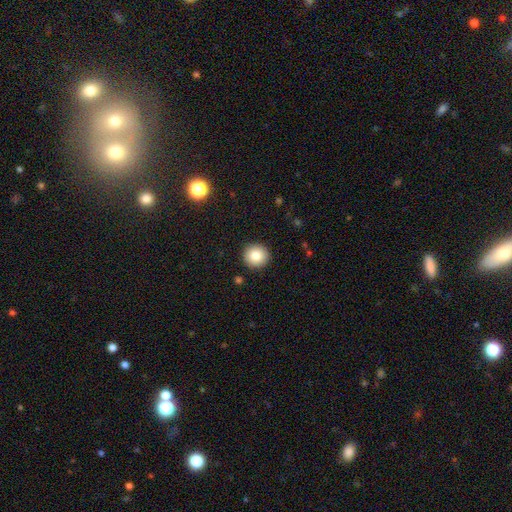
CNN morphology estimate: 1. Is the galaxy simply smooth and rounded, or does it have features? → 83% smooth, 9% star or artifact, 8% featured or disk.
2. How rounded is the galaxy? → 95% round, 4% in between, 1% cigar-shaped.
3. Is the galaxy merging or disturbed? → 92% none, 5% minor disturbance, 2% major disturbance, 1% merger.